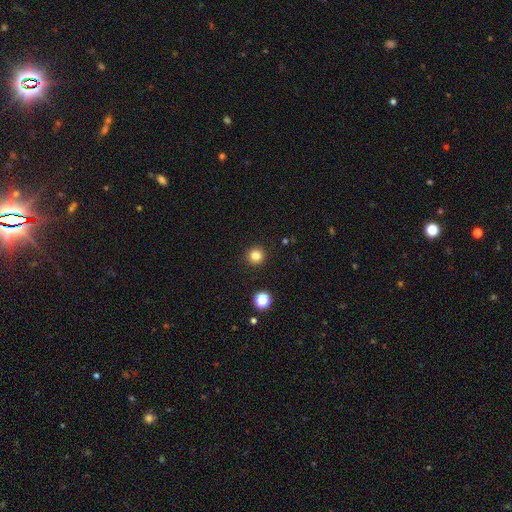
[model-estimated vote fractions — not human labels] Smooth or featured?
  - smooth: 82% *
  - star or artifact: 13%
  - featured or disk: 5%
How rounded?
  - round: 94% *
  - in between: 5%
  - cigar-shaped: 1%
Merging?
  - none: 92% *
  - minor disturbance: 5%
  - major disturbance: 2%
  - merger: 1%